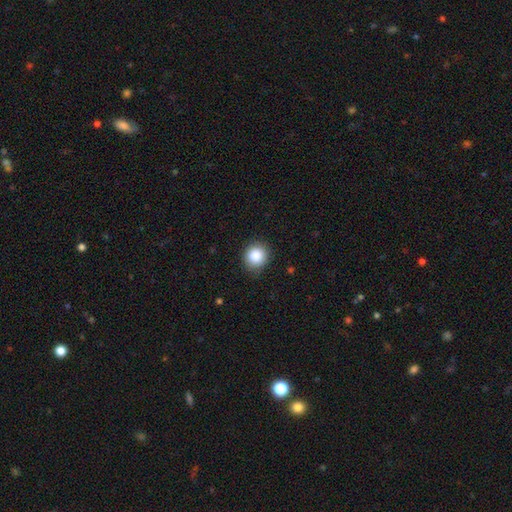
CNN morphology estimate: Smooth or featured? Predicted: smooth (p=0.87). How rounded? Predicted: round (p=0.89). Merging? Predicted: none (p=0.86).